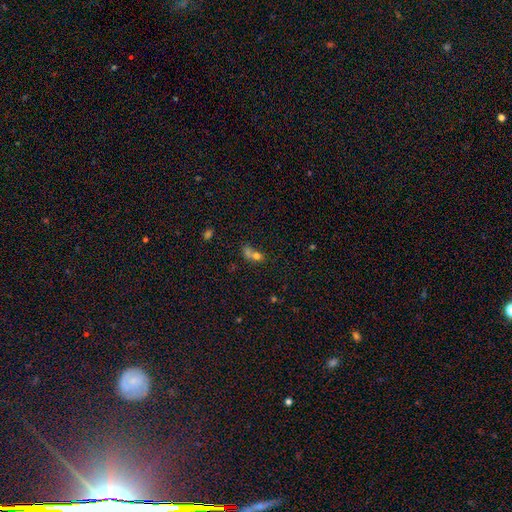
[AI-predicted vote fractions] Morphology: type=smooth (69%); roundness=in between (50%); merging=merger (66%).